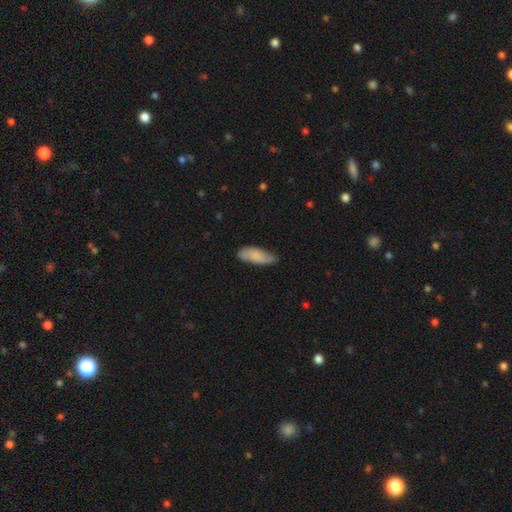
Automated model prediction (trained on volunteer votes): Smooth or featured: smooth — 80% (featured or disk — 14%)
How rounded: in between — 73% (cigar-shaped — 25%)
Merging: none — 64% (minor disturbance — 30%)